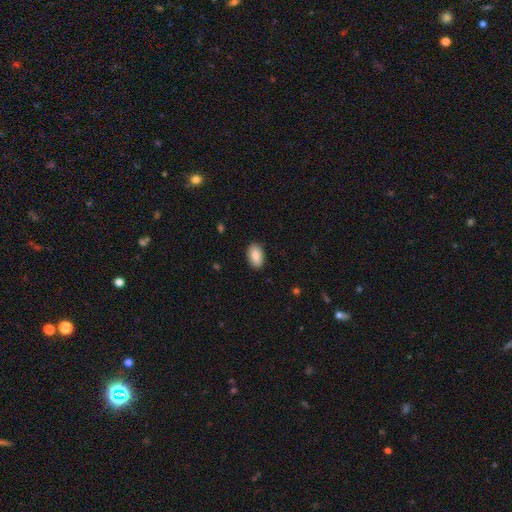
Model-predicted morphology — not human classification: Smooth or featured: smooth — 86% (featured or disk — 7%)
How rounded: in between — 93% (round — 5%)
Merging: none — 89% (minor disturbance — 8%)